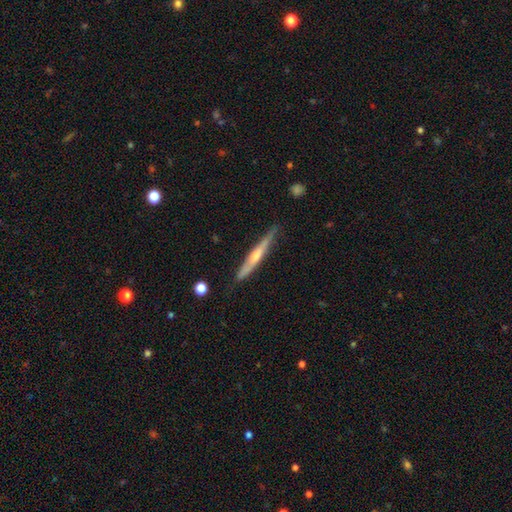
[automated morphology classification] Q: Smooth or featured?
A: featured or disk (68%); runner-up: smooth (26%)
Q: Edge-on disk?
A: yes (97%); runner-up: no (3%)
Q: Edge-on bulge?
A: rounded (82%); runner-up: none (14%)
Q: Merging?
A: none (88%); runner-up: minor disturbance (9%)